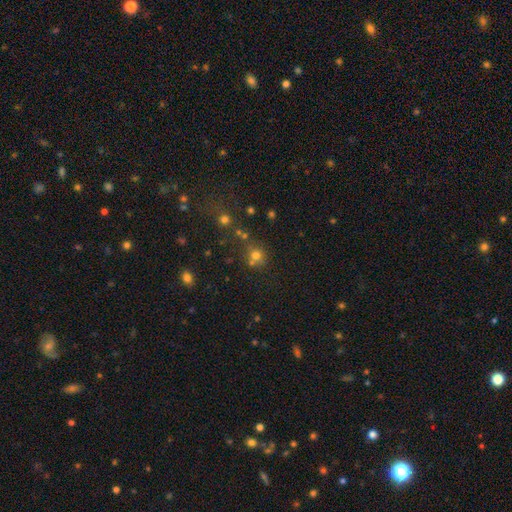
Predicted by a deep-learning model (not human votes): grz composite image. It shows a smooth galaxy with no disk features (69%) that is round (85%). Merging: none (60%).